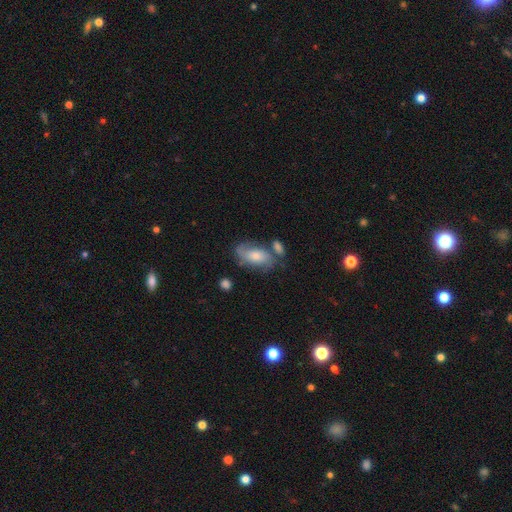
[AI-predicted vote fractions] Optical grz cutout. It shows a smooth galaxy with no disk features (46%). Merging: none (53%).